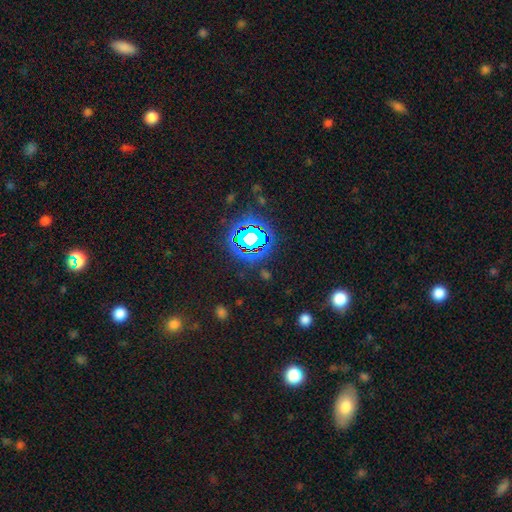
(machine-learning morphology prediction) This is likely a star or artifact rather than a galaxy (77%).